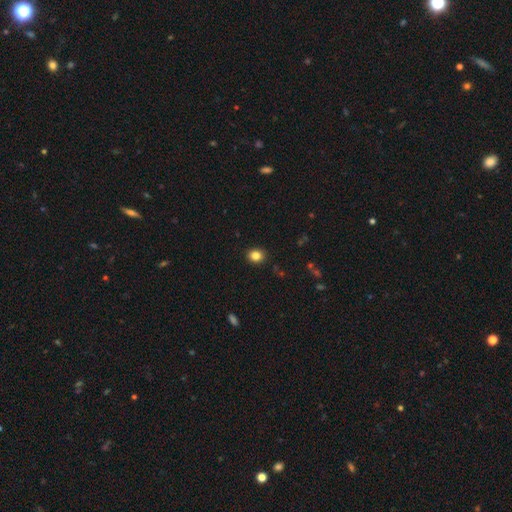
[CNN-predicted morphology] Smooth or featured? smooth (84%)
How rounded? round (67%)
Merging? none (90%)